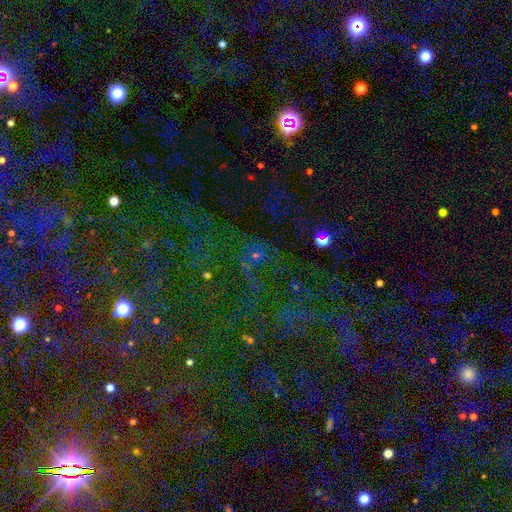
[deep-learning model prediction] Smooth or featured: star or artifact — 65% (smooth — 22%)